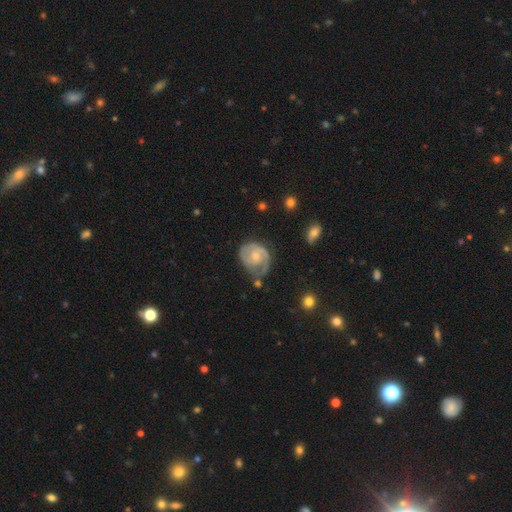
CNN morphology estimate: Smooth or featured?
  - featured or disk: 74% *
  - smooth: 21%
  - star or artifact: 6%
Edge-on disk?
  - no: 98% *
  - yes: 2%
Bar?
  - no: 67% *
  - weak: 29%
  - strong: 4%
Spiral arms?
  - yes: 89% *
  - no: 11%
Spiral winding?
  - tight: 53% *
  - medium: 35%
  - loose: 11%
Spiral arm count?
  - 2: 52% *
  - 1: 23%
  - can't tell: 17%
  - 3: 5%
  - 4: 1%
  - more than 4: 1%
Bulge size?
  - small: 50% *
  - moderate: 39%
  - none: 6%
  - large: 3%
  - dominant: 1%
Merging?
  - none: 51% *
  - minor disturbance: 29%
  - major disturbance: 16%
  - merger: 4%